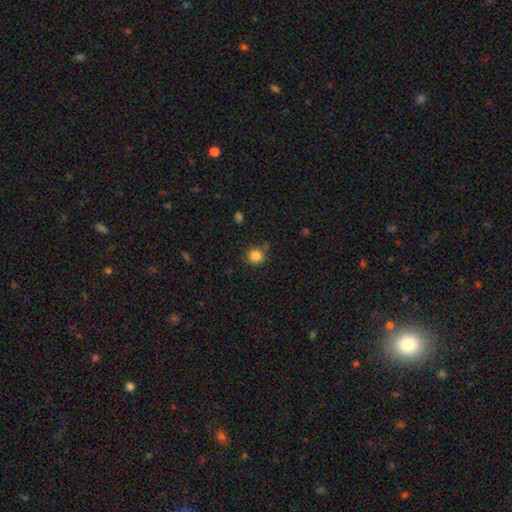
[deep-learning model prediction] Smooth or featured? smooth (84%)
How rounded? round (88%)
Merging? none (79%)